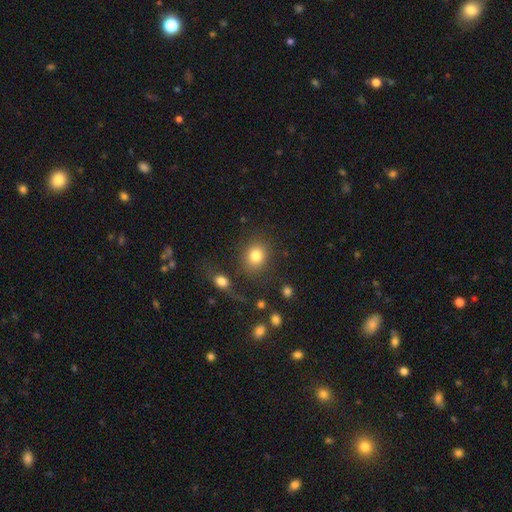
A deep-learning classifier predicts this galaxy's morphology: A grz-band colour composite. It shows a smooth galaxy with no disk features (82%) that is round (67%). Merging: none (76%).